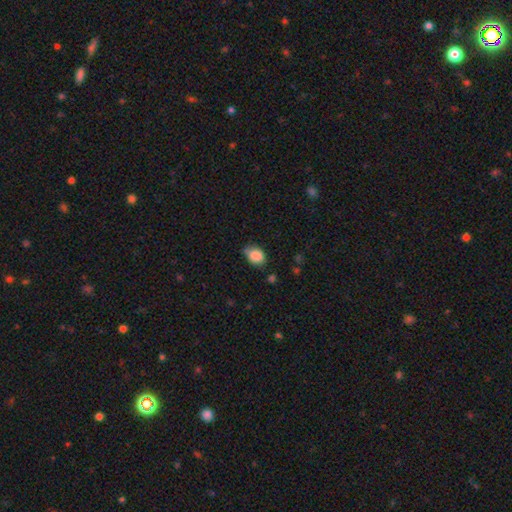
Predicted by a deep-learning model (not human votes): A smooth galaxy with no disk features (86%) that is in between round and cigar-shaped (68%). Merging: none (57%).